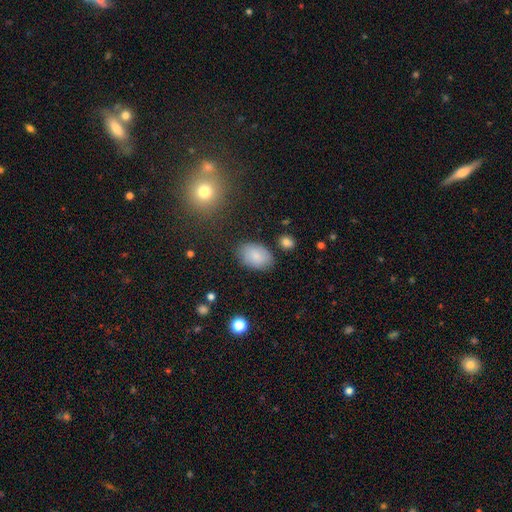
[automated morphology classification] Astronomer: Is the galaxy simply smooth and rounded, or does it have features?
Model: smooth — 81%.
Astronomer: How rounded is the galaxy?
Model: in between — 88%.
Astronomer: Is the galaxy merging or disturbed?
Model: none — 79%.